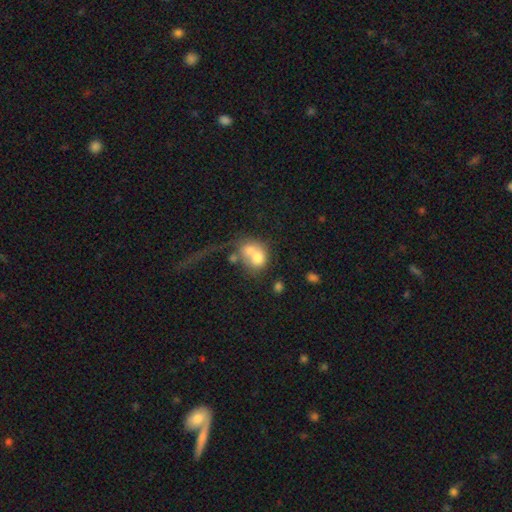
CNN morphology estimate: Smooth or featured: smooth — 62% (featured or disk — 28%)
How rounded: round — 56% (in between — 42%)
Merging: merger — 67% (none — 16%)